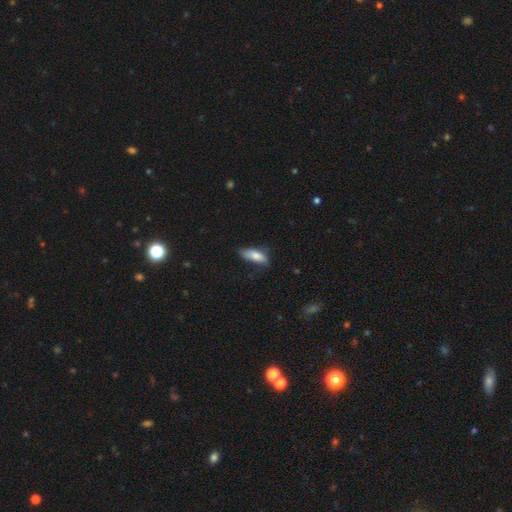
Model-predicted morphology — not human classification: A smooth galaxy with no disk features (80%) that is in between round and cigar-shaped (71%).

Vote fractions:
- Smooth or featured? smooth: 80% / featured or disk: 14% / star or artifact: 7%
- How rounded? in between: 71% / cigar-shaped: 27% / round: 2%
- Merging? none: 58% / minor disturbance: 32% / major disturbance: 8% / merger: 2%